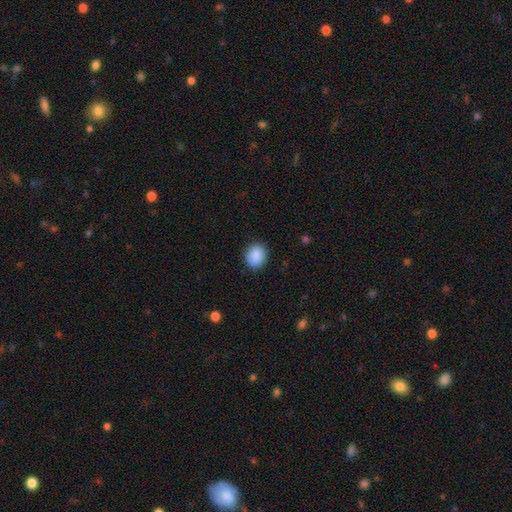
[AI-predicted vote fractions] The model was most divided on "how rounded": round: 65%, in between: 34%, cigar-shaped: 1%. More confident: smooth or featured — smooth (88%); merging — none (88%).